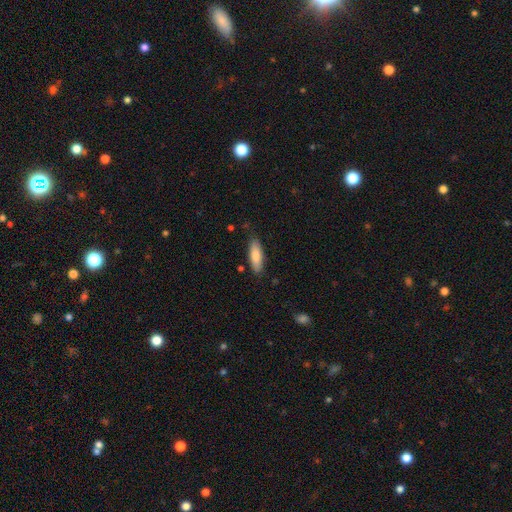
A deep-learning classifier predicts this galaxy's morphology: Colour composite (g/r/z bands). It shows a smooth galaxy with no disk features (79%) that is in between round and cigar-shaped (52%). Merging: none (83%).